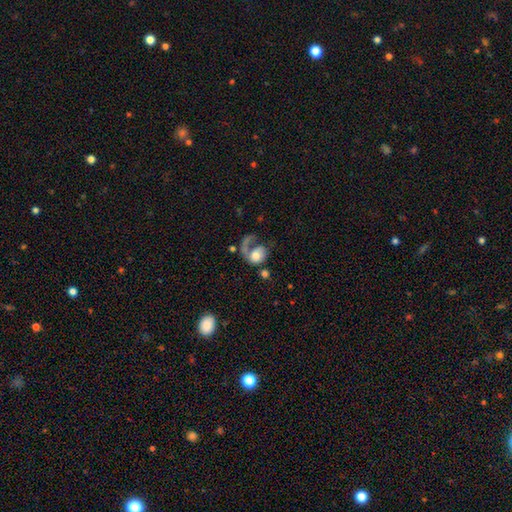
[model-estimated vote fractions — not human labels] Morphology: type=featured or disk (50%); edge-on=no (97%); merging=major disturbance (49%).